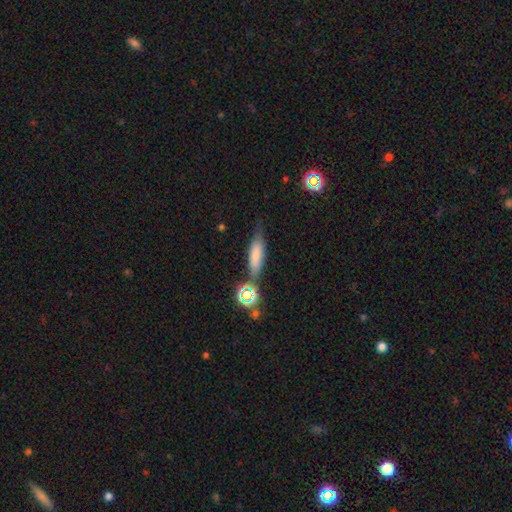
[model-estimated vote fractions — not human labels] Smooth or featured? Predicted: smooth (p=0.70). How rounded? Predicted: cigar-shaped (p=0.53). Merging? Predicted: none (p=0.62).